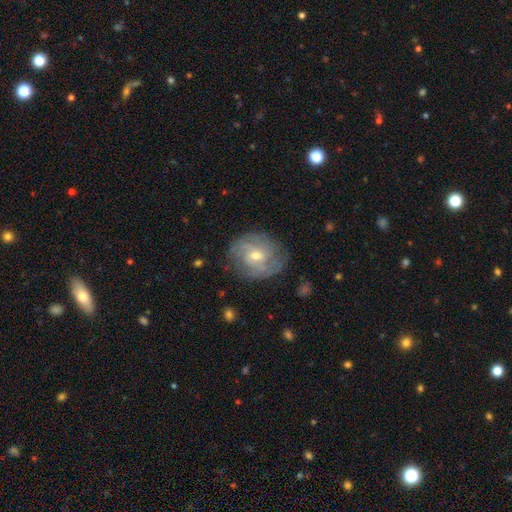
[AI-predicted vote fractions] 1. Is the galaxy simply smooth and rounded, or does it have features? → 74% featured or disk, 19% smooth, 7% star or artifact.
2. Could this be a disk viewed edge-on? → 97% no, 3% yes.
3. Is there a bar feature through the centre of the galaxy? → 49% no, 43% weak, 8% strong.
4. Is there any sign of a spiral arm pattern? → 88% yes, 12% no.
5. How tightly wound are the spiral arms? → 50% tight, 36% medium, 14% loose.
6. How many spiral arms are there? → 38% 2, 34% can't tell, 15% 3, 5% 4, 4% 1, 4% more than 4.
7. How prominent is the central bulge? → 51% moderate, 45% small, 2% large, 1% none, 1% dominant.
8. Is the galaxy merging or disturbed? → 76% none, 17% minor disturbance, 6% major disturbance, 1% merger.